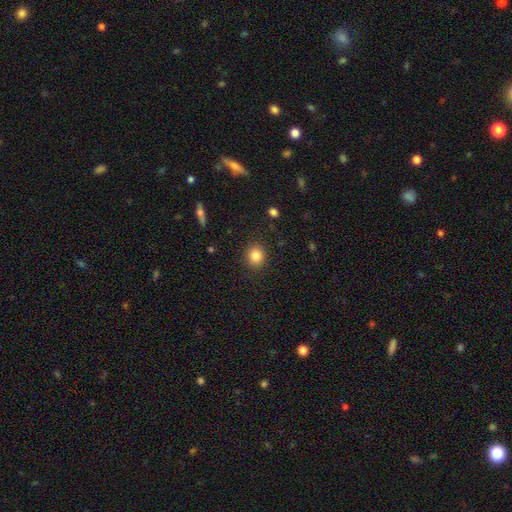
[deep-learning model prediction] Smooth or featured? smooth (84%)
How rounded? round (82%)
Merging? none (89%)